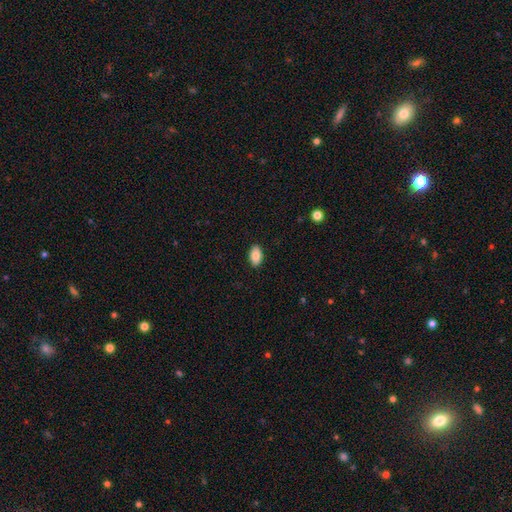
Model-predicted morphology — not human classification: smooth-or-featured: smooth: 84% | featured or disk: 9% | star or artifact: 7%
  how-rounded: in between: 93% | round: 6% | cigar-shaped: 2%
  merging: none: 89% | minor disturbance: 8% | major disturbance: 2% | merger: 1%